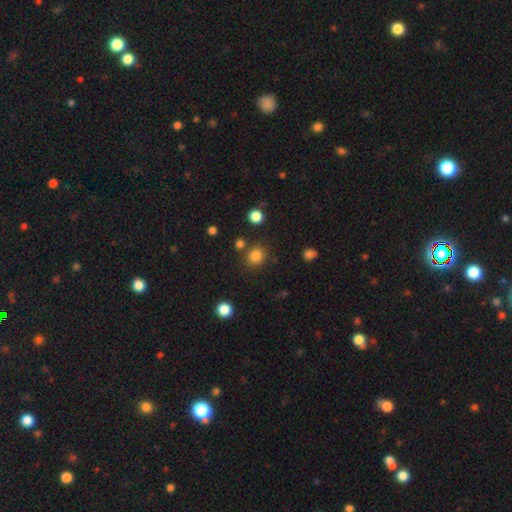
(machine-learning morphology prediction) smooth_or_featured: smooth (p=0.82) [alt: star or artifact p=0.13]
how_rounded: round (p=0.83) [alt: in between p=0.16]
merging: none (p=0.79) [alt: minor disturbance p=0.09]